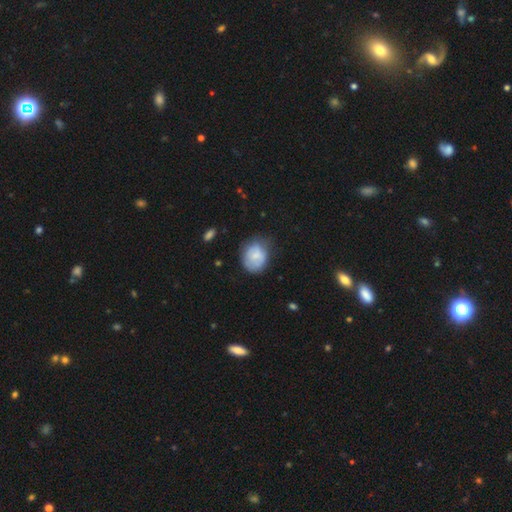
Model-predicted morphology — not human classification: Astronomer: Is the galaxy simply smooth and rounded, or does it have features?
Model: smooth — 70%.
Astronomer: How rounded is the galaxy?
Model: round — 55% (runner-up: in between, 44%).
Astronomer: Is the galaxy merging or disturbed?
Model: none — 54% (runner-up: minor disturbance, 32%).